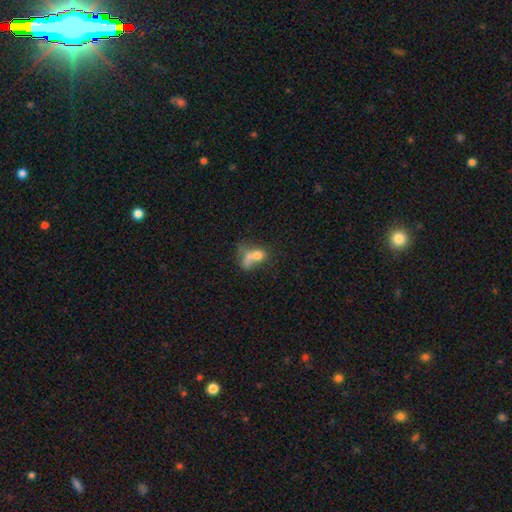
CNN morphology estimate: This appears to be a smooth galaxy with no disk features (63%) that is in between round and cigar-shaped (56%). Merging: merger (52%).